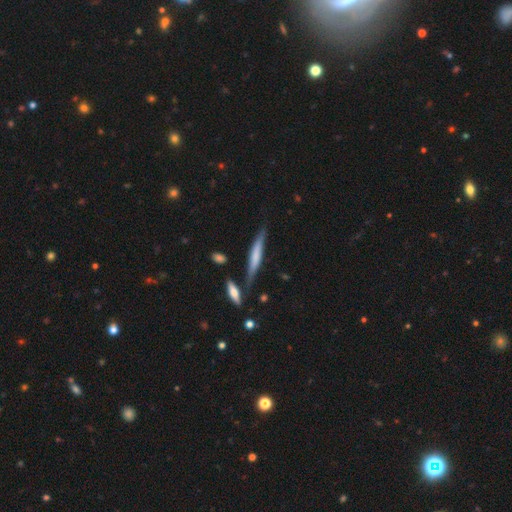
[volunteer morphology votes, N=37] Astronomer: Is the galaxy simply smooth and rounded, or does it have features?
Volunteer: smooth — 51% (runner-up: featured or disk, 49%).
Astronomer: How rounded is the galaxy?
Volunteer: cigar-shaped — 95%.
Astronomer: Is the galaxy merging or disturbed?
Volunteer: none — 86%.